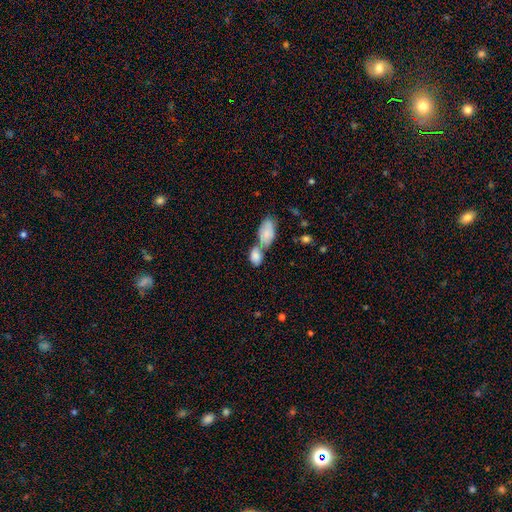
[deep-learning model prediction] Smooth or featured? Predicted: smooth (p=0.76). How rounded? Predicted: in between (p=0.87). Merging? Predicted: merger (p=0.70).